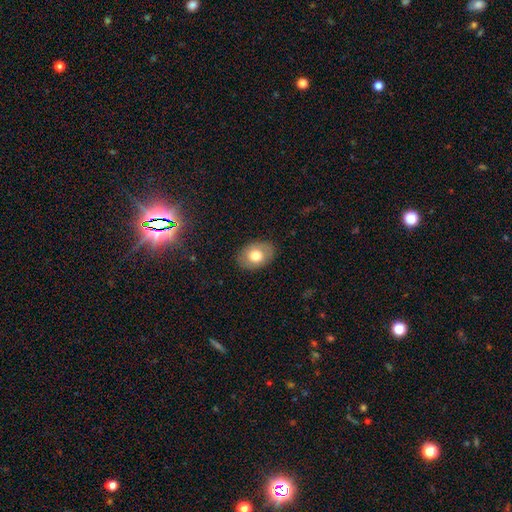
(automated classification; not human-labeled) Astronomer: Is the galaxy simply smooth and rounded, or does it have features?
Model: smooth — 72%.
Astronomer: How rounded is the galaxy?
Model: in between — 75%.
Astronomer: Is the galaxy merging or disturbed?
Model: none — 86%.